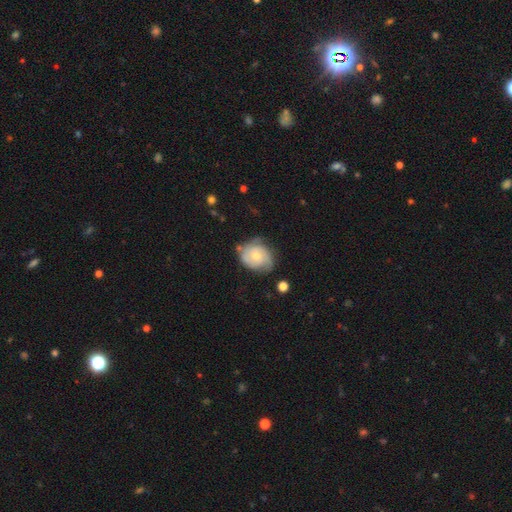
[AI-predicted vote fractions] Morphology: type=featured or disk (63%); edge-on=no (97%); bar=no (78%); spiral arms=yes (87%); winding=tight (57%); arm count=2 (42%); bulge=small (49%); merging=none (61%).